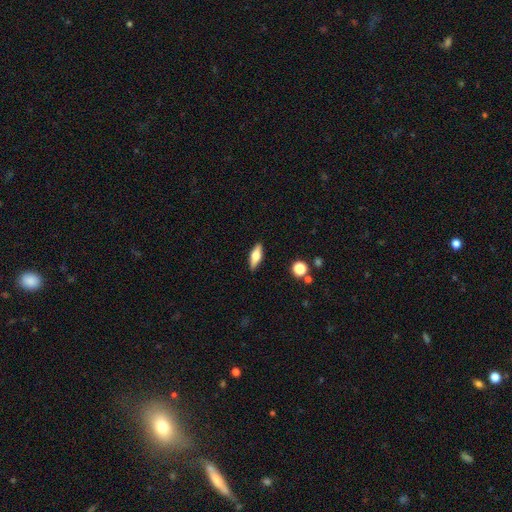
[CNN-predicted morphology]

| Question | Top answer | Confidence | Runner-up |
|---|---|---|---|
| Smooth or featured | smooth | 52% | featured or disk (41%) |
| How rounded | in between | 57% | cigar-shaped (40%) |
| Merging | none | 88% | minor disturbance (9%) |